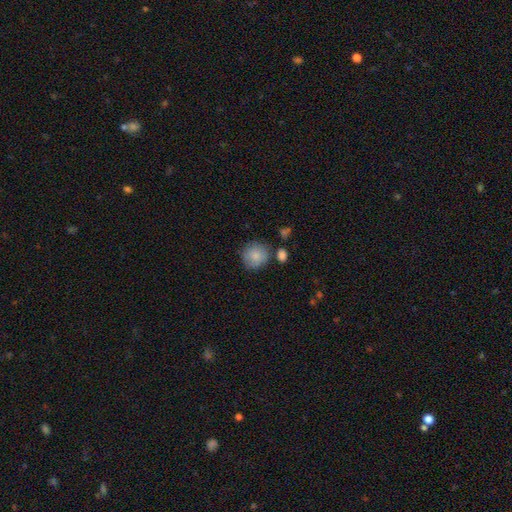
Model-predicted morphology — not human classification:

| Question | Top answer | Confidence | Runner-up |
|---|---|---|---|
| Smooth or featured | smooth | 86% | star or artifact (7%) |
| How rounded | round | 89% | in between (10%) |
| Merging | none | 75% | minor disturbance (13%) |